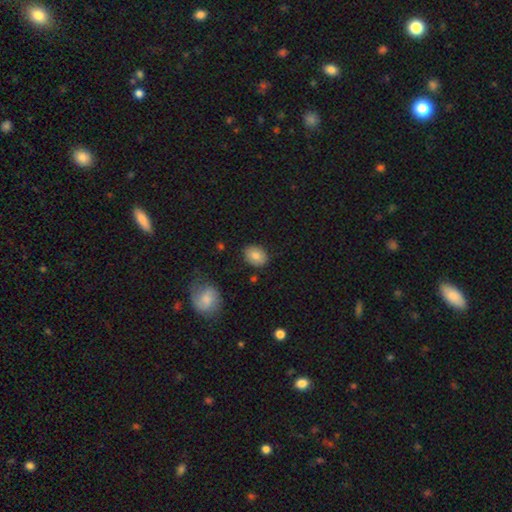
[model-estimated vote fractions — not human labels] Smooth or featured?
  - smooth: 81% *
  - featured or disk: 11%
  - star or artifact: 8%
How rounded?
  - in between: 61% *
  - round: 38%
  - cigar-shaped: 1%
Merging?
  - none: 85% *
  - minor disturbance: 11%
  - major disturbance: 2%
  - merger: 2%